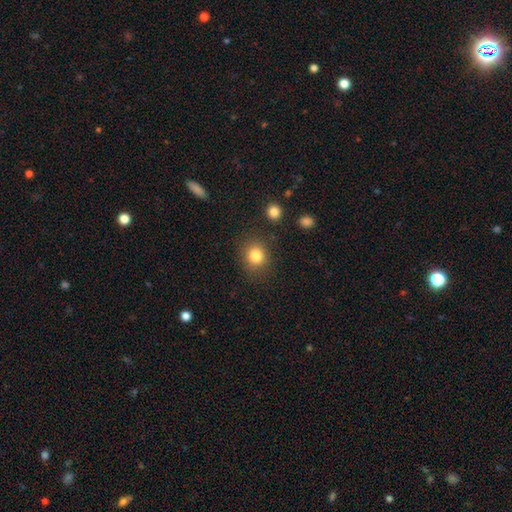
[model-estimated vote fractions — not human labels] Smooth or featured? smooth (82%)
How rounded? round (76%)
Merging? none (82%)